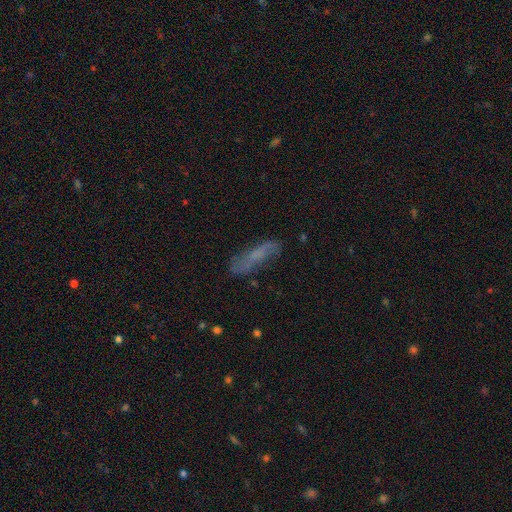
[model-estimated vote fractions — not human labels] The model was most divided on "smooth or featured": featured or disk: 46%, smooth: 43%, star or artifact: 11%. More confident: merging — none (69%).